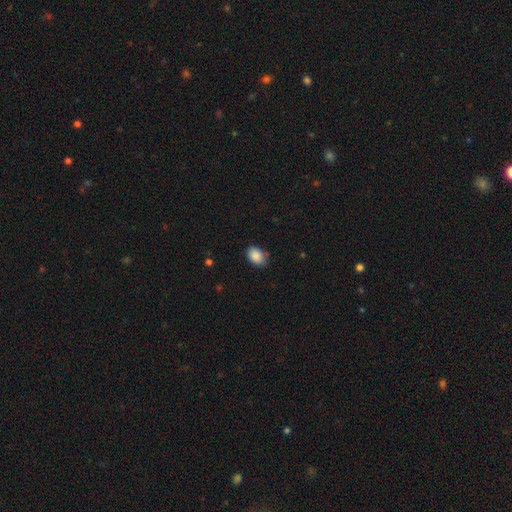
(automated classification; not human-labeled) This is clearly a smooth galaxy (88%). How rounded: clearly in between (81%). Merging: likely none (78%).